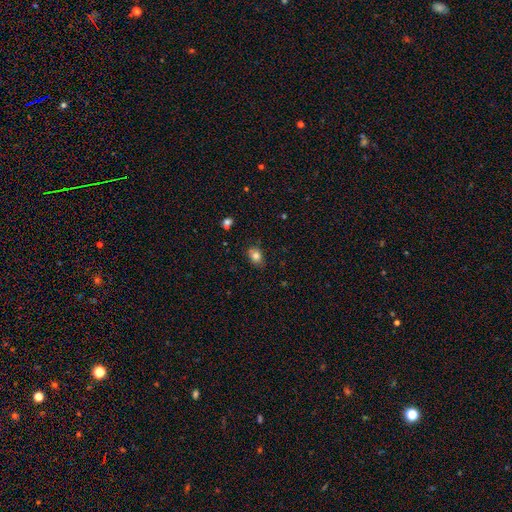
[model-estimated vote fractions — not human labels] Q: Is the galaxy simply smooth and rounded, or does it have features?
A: smooth — 81%.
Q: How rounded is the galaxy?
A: in between — 65%.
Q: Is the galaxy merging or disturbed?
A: none — 77%.